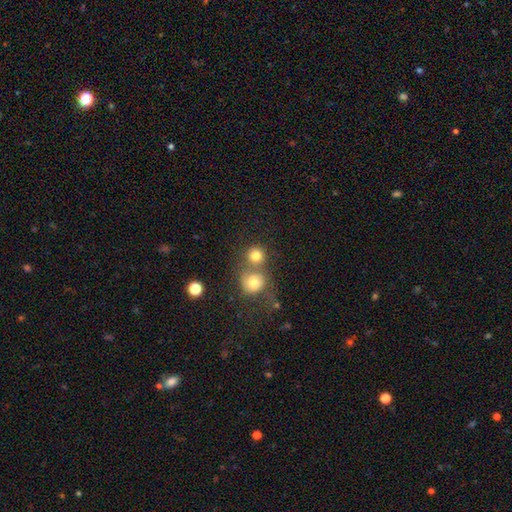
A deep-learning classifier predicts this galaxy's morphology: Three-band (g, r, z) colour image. It shows a smooth galaxy with no disk features (79%) that is round (88%). Merging: none (50%).